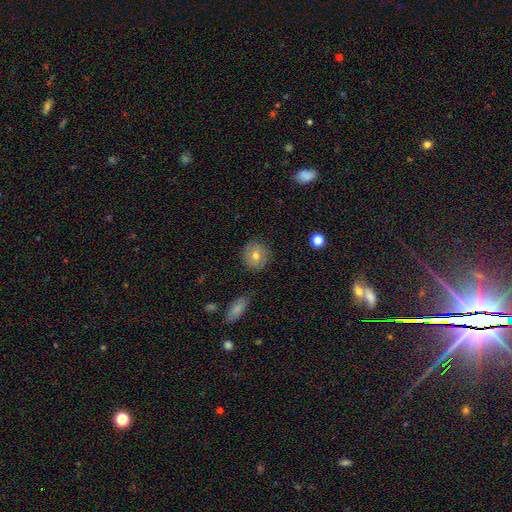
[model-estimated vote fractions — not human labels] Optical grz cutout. It shows a smooth galaxy with no disk features (59%) that is round (85%). Merging: none (83%).